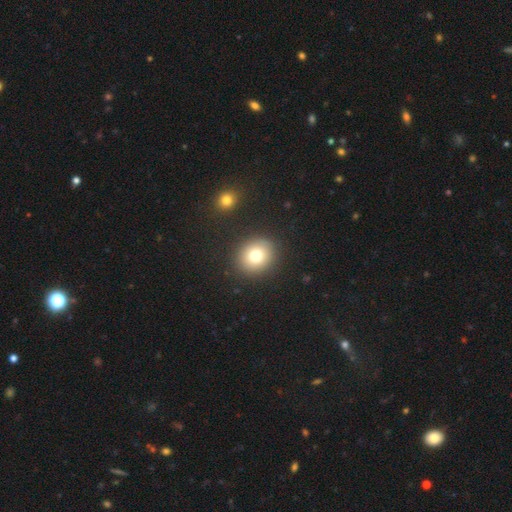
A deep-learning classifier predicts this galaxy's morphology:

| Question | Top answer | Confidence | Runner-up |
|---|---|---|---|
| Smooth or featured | smooth | 76% | star or artifact (12%) |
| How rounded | round | 75% | in between (24%) |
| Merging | none | 88% | minor disturbance (7%) |